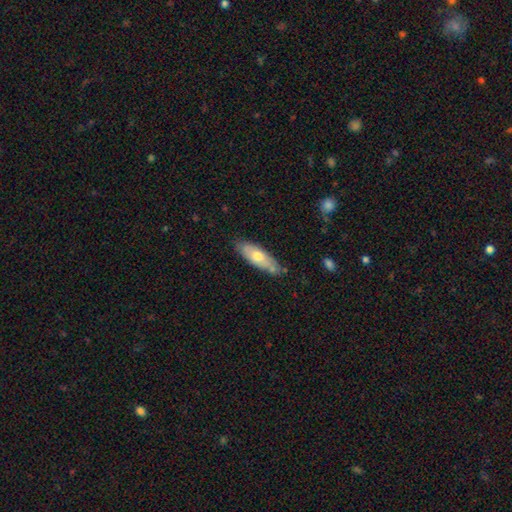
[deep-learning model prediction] smooth-or-featured: smooth: 54% | featured or disk: 40% | star or artifact: 7%
  how-rounded: in between: 56% | cigar-shaped: 42% | round: 2%
  merging: none: 74% | minor disturbance: 19% | major disturbance: 3% | merger: 3%